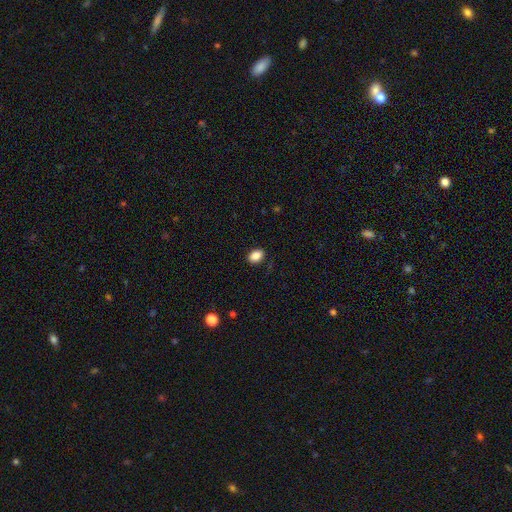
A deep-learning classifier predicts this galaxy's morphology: Smooth or featured? Predicted: smooth (p=0.87). How rounded? Predicted: in between (p=0.80). Merging? Predicted: none (p=0.87).